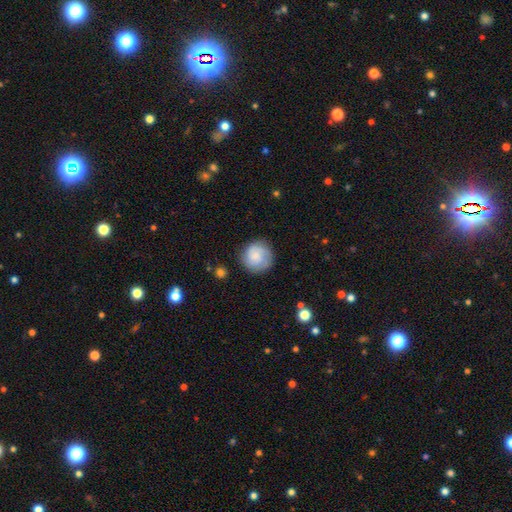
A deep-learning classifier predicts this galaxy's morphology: Smooth or featured?
  - smooth: 58% *
  - featured or disk: 35%
  - star or artifact: 7%
How rounded?
  - round: 92% *
  - in between: 7%
  - cigar-shaped: 1%
Merging?
  - none: 81% *
  - minor disturbance: 13%
  - major disturbance: 4%
  - merger: 2%